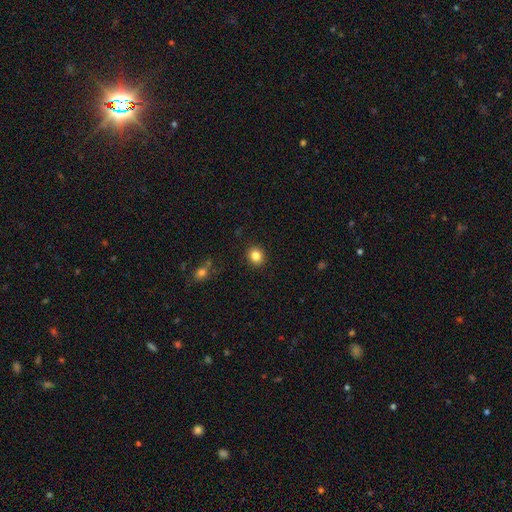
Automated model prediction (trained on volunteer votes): The model was most divided on "how rounded": round: 81%, in between: 18%, cigar-shaped: 1%. More confident: merging — none (91%); smooth or featured — smooth (84%).